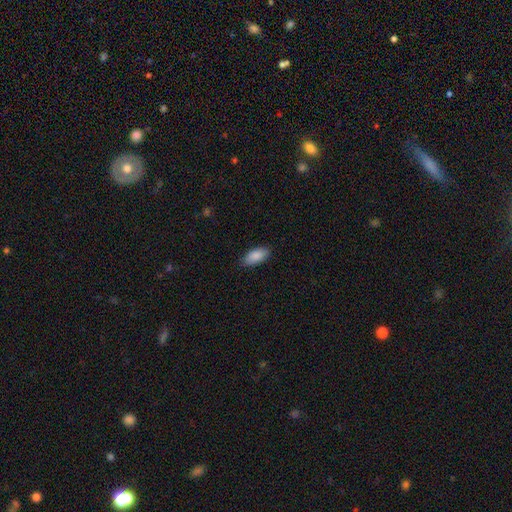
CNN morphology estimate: A smooth galaxy with no disk features (89%) that is in between round and cigar-shaped (90%).

Vote fractions:
- Smooth or featured? smooth: 89% / star or artifact: 6% / featured or disk: 5%
- How rounded? in between: 90% / cigar-shaped: 8% / round: 2%
- Merging? none: 85% / minor disturbance: 12% / major disturbance: 2% / merger: 1%